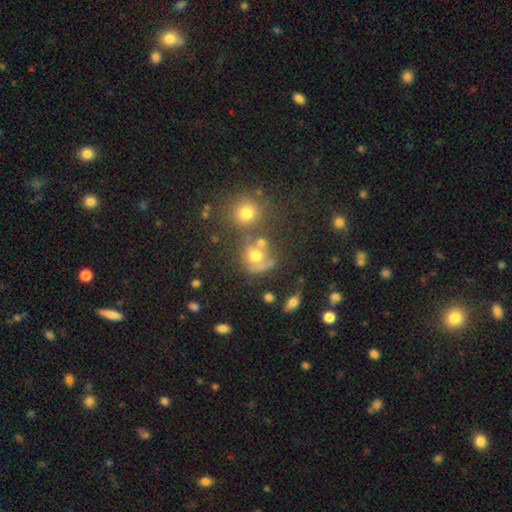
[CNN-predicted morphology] Smooth or featured? Predicted: smooth (p=0.65). How rounded? Predicted: round (p=0.78). Merging? Predicted: none (p=0.49).